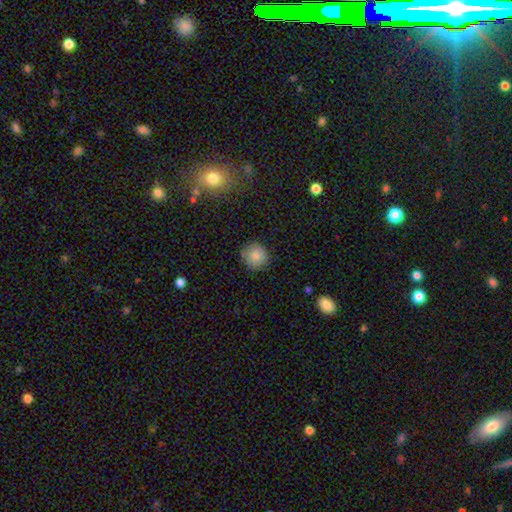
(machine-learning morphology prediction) The model was most divided on "merging": none: 85%, minor disturbance: 11%, major disturbance: 2%, merger: 2%. More confident: how rounded — round (93%); smooth or featured — smooth (85%).